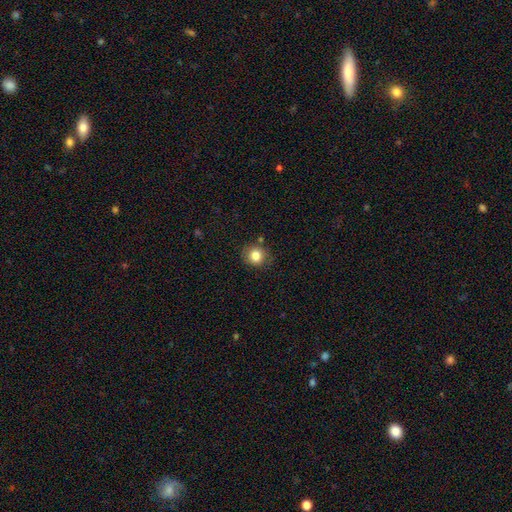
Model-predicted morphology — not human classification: Overall: smooth (83%). How rounded: round (81%). Merging: none (79%).